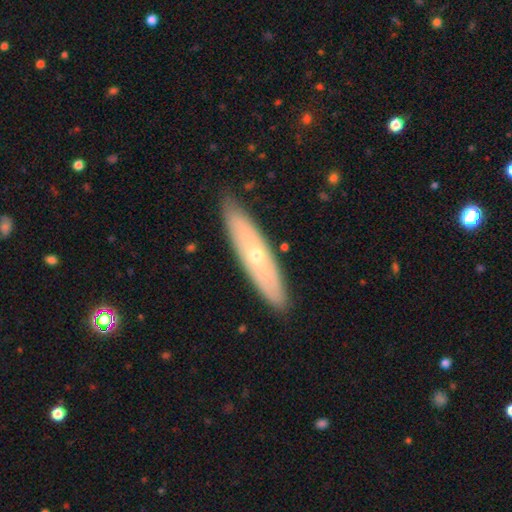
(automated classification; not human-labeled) Smooth or featured: featured or disk — 53% (smooth — 41%)
Edge-on disk: yes — 54% (no — 46%)
Merging: none — 87% (minor disturbance — 10%)